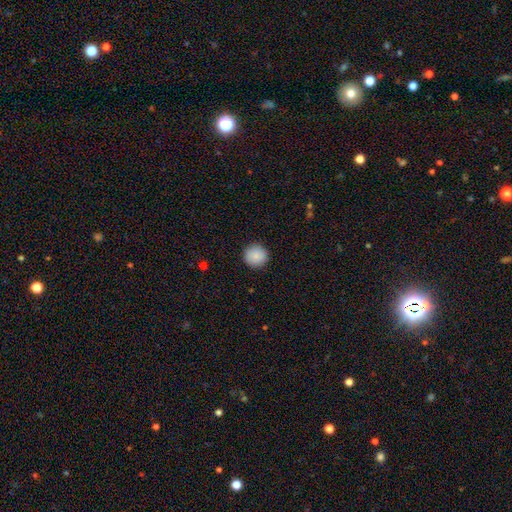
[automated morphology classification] A smooth galaxy with no disk features (89%) that is round (95%). Merging: none (92%).